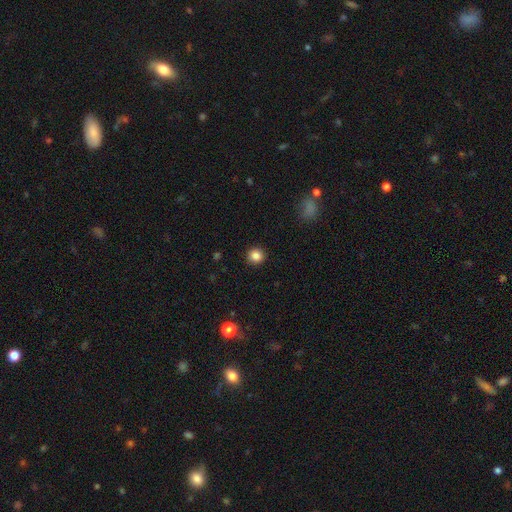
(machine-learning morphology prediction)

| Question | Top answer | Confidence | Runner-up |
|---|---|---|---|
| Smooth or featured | smooth | 85% | star or artifact (11%) |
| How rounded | round | 93% | in between (6%) |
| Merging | none | 92% | minor disturbance (5%) |